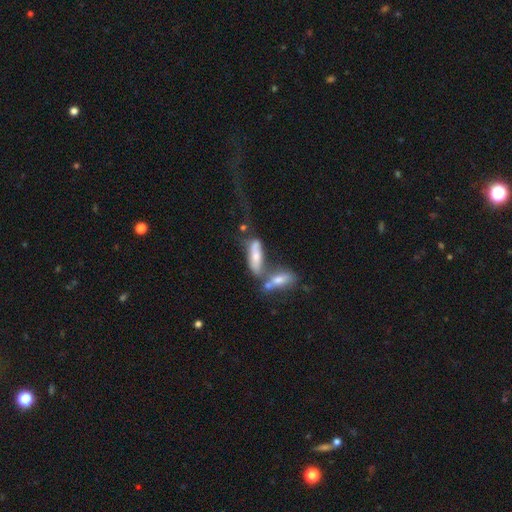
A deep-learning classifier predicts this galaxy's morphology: Smooth or featured? smooth (47%)
Merging? merger (55%)